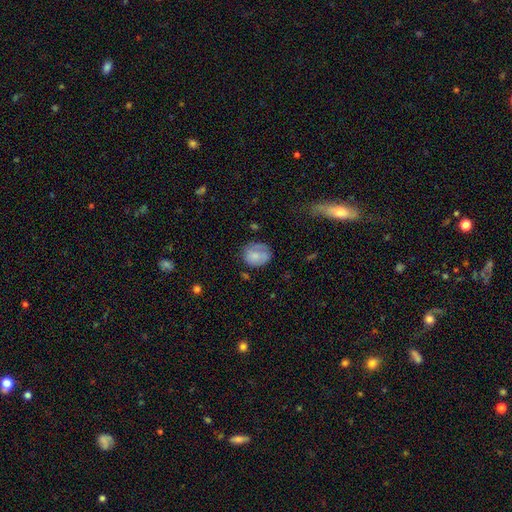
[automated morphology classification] Q: Smooth or featured?
A: smooth (70%); runner-up: featured or disk (22%)
Q: How rounded?
A: round (57%); runner-up: in between (42%)
Q: Merging?
A: none (57%); runner-up: minor disturbance (28%)